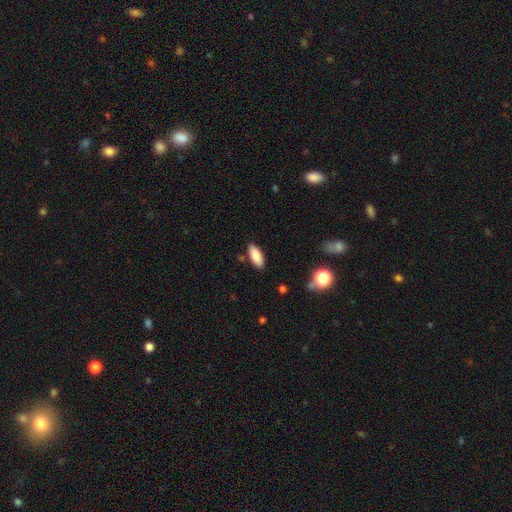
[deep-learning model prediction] Q: Smooth or featured?
A: smooth (86%); runner-up: star or artifact (7%)
Q: How rounded?
A: in between (80%); runner-up: cigar-shaped (18%)
Q: Merging?
A: none (86%); runner-up: minor disturbance (10%)